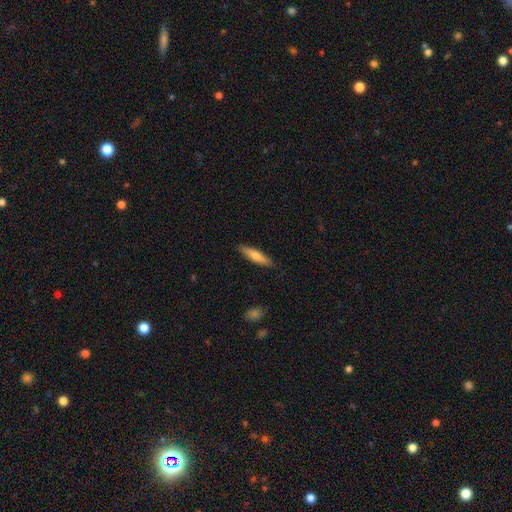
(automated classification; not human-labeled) This appears to be a smooth galaxy with no disk features (67%) that is cigar-shaped (81%). Merging: none (88%).